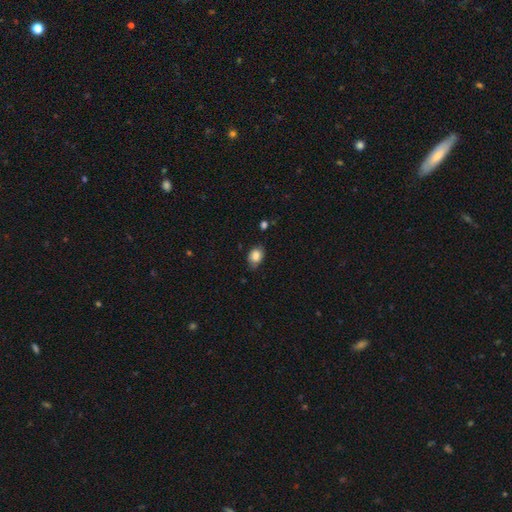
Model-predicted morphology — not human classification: Overall: smooth (82%). How rounded: in between (73%). Merging: none (72%).